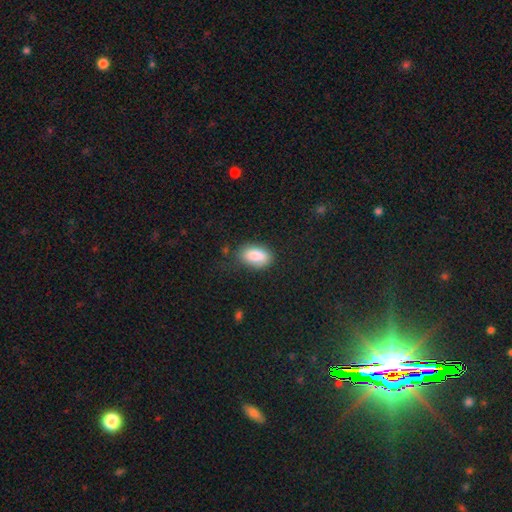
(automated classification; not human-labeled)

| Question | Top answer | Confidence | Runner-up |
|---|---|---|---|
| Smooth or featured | smooth | 87% | star or artifact (7%) |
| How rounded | in between | 92% | round (5%) |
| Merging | none | 73% | minor disturbance (19%) |